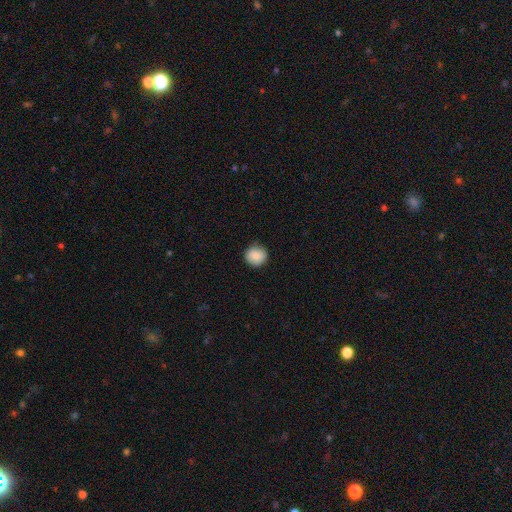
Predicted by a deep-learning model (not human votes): Smooth or featured? Predicted: smooth (p=0.88). How rounded? Predicted: round (p=0.91). Merging? Predicted: none (p=0.87).